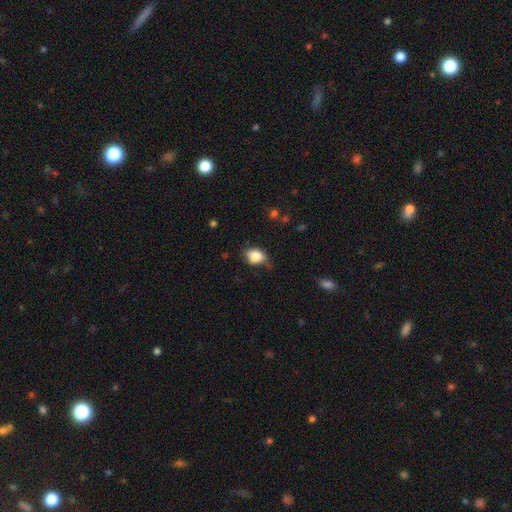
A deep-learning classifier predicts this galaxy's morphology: smooth 83%, featured or disk 8%, star or artifact 8%. Down the decision tree: how rounded — in between (63%); merging — none (55%).